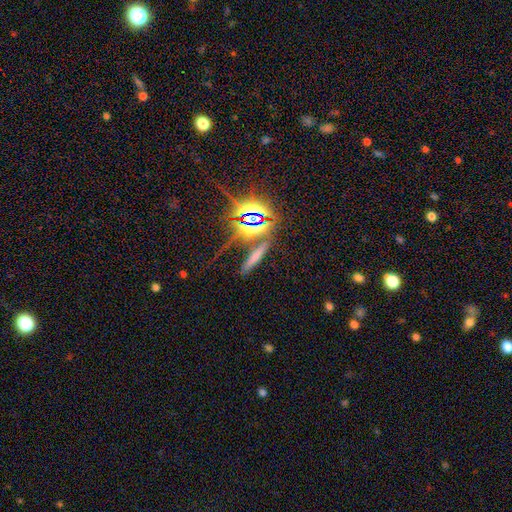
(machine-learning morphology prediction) type=smooth (52%); roundness=cigar-shaped (84%); merging=none (78%).